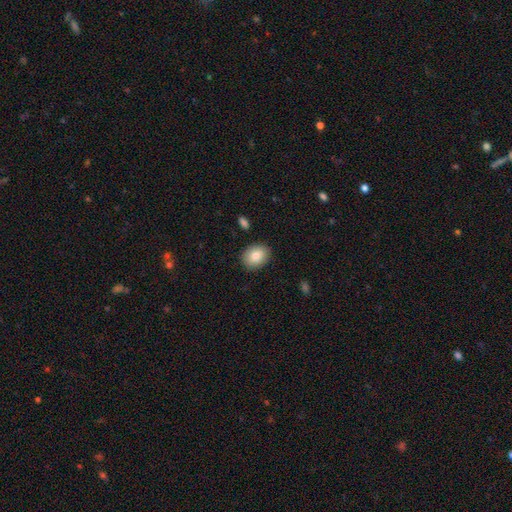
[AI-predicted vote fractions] Smooth or featured? Predicted: smooth (p=0.85). How rounded? Predicted: in between (p=0.58). Merging? Predicted: none (p=0.88).